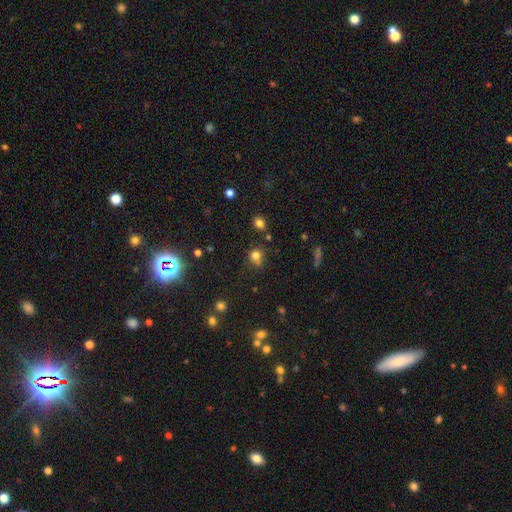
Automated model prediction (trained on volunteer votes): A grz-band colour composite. It shows a smooth galaxy with no disk features (75%) that is round (82%). Merging: none (67%).